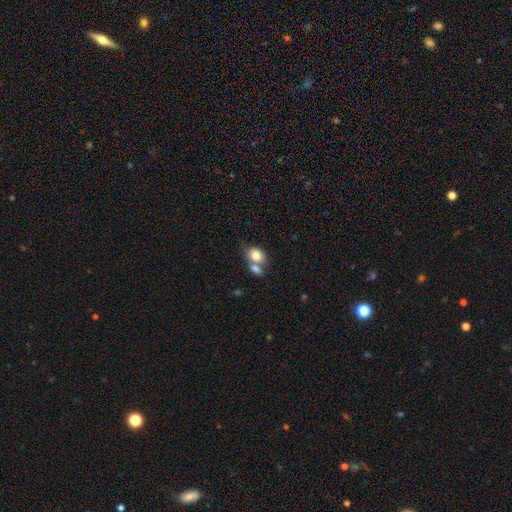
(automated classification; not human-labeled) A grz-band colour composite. It shows a smooth galaxy with no disk features (80%) that is in between round and cigar-shaped (66%). Merging: merger (51%).